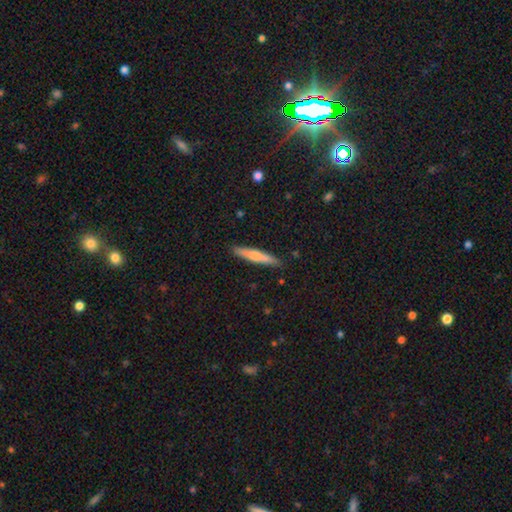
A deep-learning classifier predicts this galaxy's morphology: Smooth or featured? Predicted: smooth (p=0.66). How rounded? Predicted: cigar-shaped (p=0.92). Merging? Predicted: none (p=0.90).